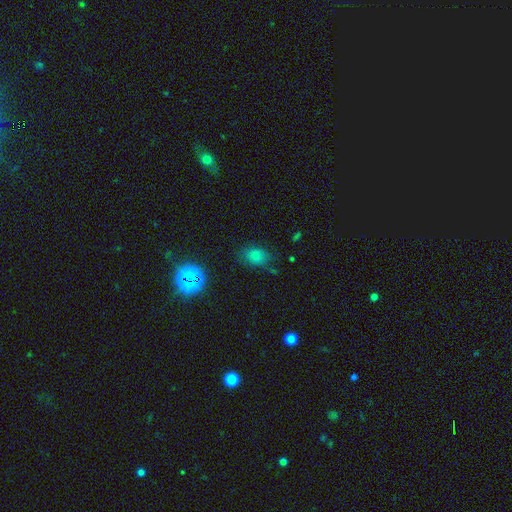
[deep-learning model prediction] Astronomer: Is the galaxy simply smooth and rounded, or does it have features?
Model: smooth — 72%.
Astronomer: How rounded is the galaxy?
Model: in between — 72%.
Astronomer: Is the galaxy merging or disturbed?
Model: none — 69%.